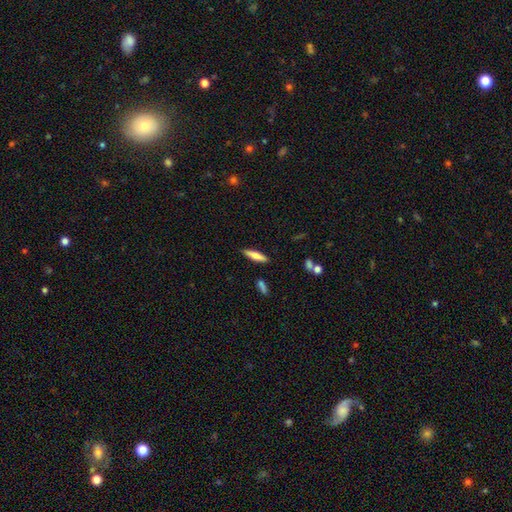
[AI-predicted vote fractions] Smooth or featured? Predicted: smooth (p=0.70). How rounded? Predicted: cigar-shaped (p=0.75). Merging? Predicted: none (p=0.86).